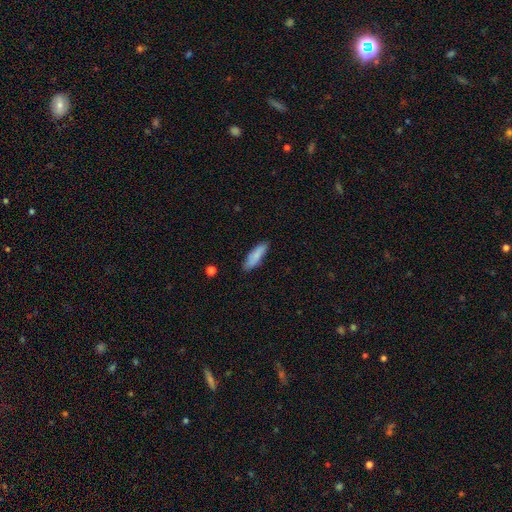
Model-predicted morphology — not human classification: smooth-or-featured: smooth: 84% | featured or disk: 10% | star or artifact: 6%
  how-rounded: cigar-shaped: 60% | in between: 38% | round: 1%
  merging: none: 84% | minor disturbance: 13% | major disturbance: 2% | merger: 1%